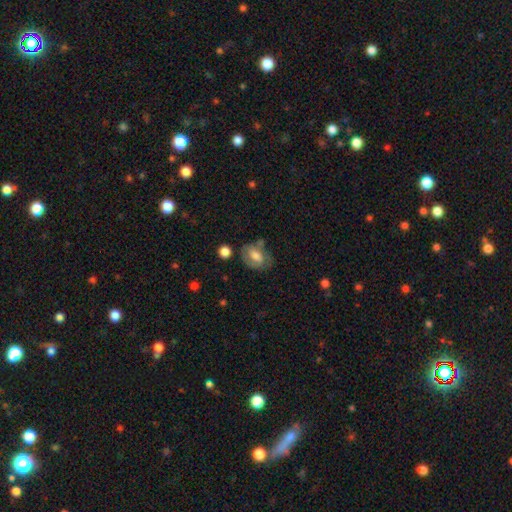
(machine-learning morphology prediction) Smooth or featured? smooth (58%)
How rounded? in between (76%)
Merging? none (54%)